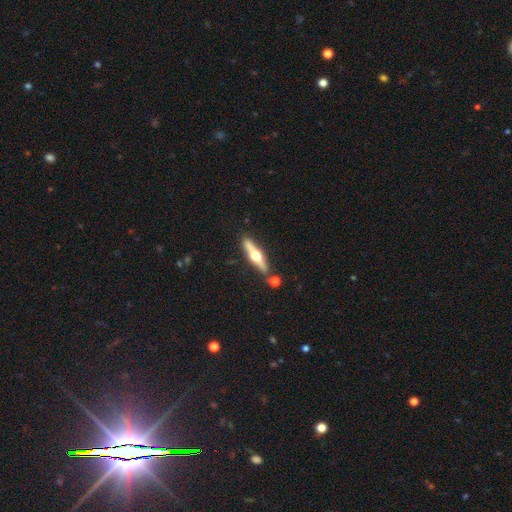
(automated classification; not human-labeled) Smooth or featured: featured or disk — 67% (smooth — 27%)
Edge-on disk: yes — 95% (no — 5%)
Edge-on bulge: rounded — 95% (boxy — 3%)
Merging: none — 80% (minor disturbance — 10%)